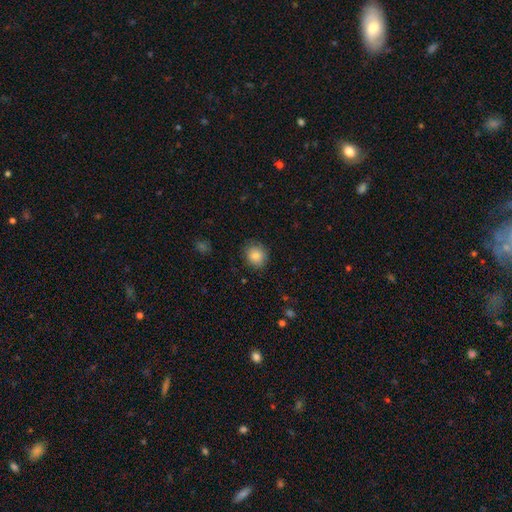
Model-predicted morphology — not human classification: type=smooth (86%); roundness=round (76%); merging=none (85%).